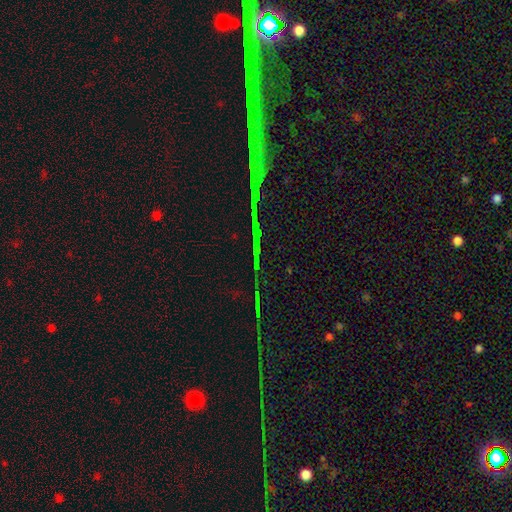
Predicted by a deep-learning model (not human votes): Overall: star or artifact (78%).